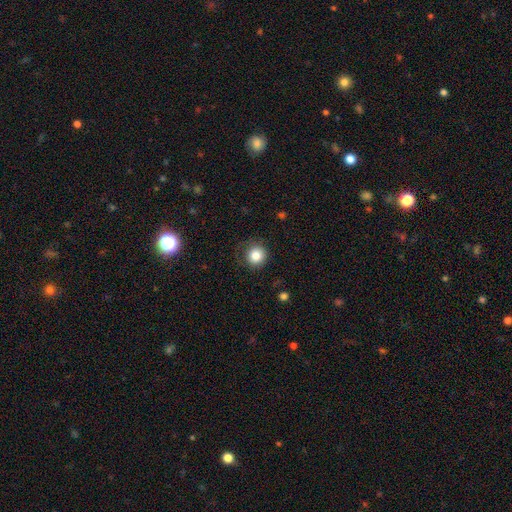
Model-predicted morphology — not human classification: Smooth or featured?
  - smooth: 83% *
  - star or artifact: 10%
  - featured or disk: 7%
How rounded?
  - round: 91% *
  - in between: 8%
  - cigar-shaped: 1%
Merging?
  - none: 76% *
  - minor disturbance: 16%
  - major disturbance: 7%
  - merger: 1%